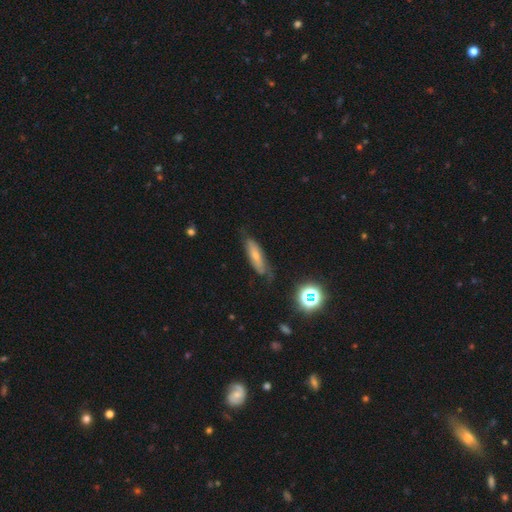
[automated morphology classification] This appears to be a smooth galaxy with no disk features (53%) that is cigar-shaped (59%). Merging: none (60%).